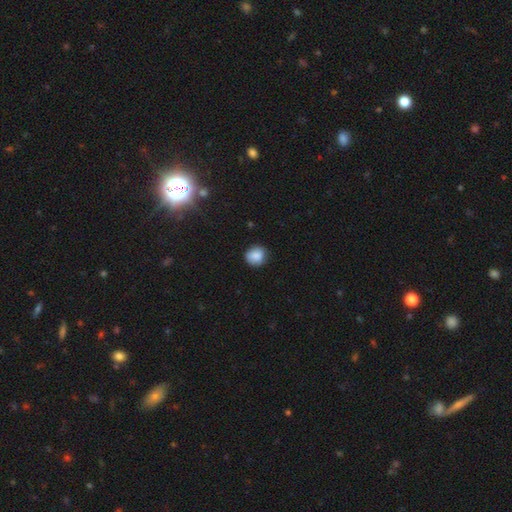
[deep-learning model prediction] This appears to be a smooth galaxy with no disk features (85%) that is round (84%). Merging: none (82%).